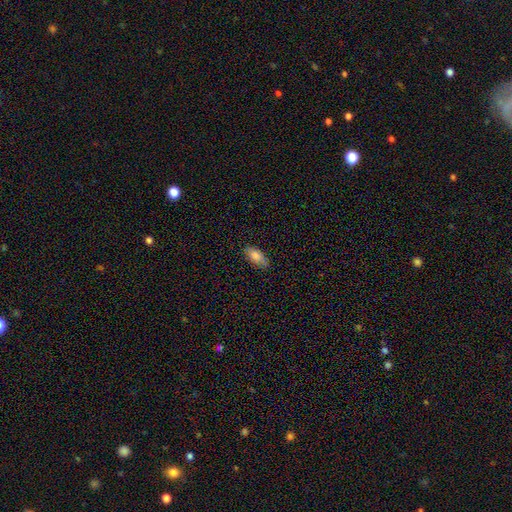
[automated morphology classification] Smooth or featured?
  - smooth: 80% *
  - featured or disk: 13%
  - star or artifact: 7%
How rounded?
  - in between: 86% *
  - cigar-shaped: 12%
  - round: 3%
Merging?
  - none: 81% *
  - minor disturbance: 15%
  - major disturbance: 3%
  - merger: 1%